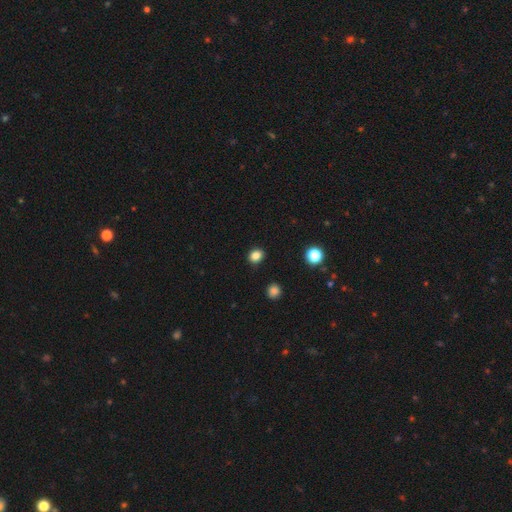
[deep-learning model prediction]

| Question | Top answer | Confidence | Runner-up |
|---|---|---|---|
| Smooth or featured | smooth | 84% | star or artifact (12%) |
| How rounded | round | 68% | in between (32%) |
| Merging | none | 90% | minor disturbance (7%) |